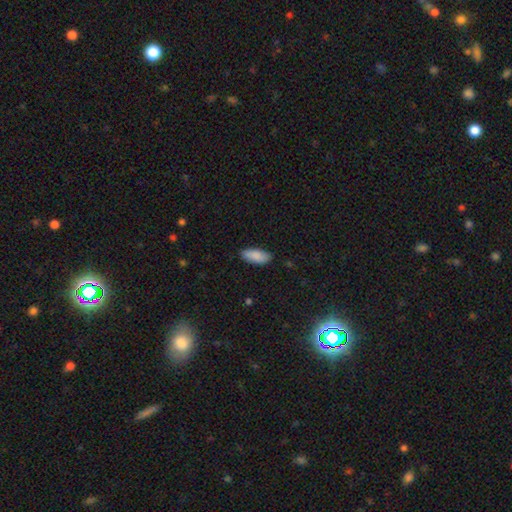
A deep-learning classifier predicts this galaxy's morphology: Smooth or featured? Predicted: smooth (p=0.88). How rounded? Predicted: in between (p=0.86). Merging? Predicted: none (p=0.85).